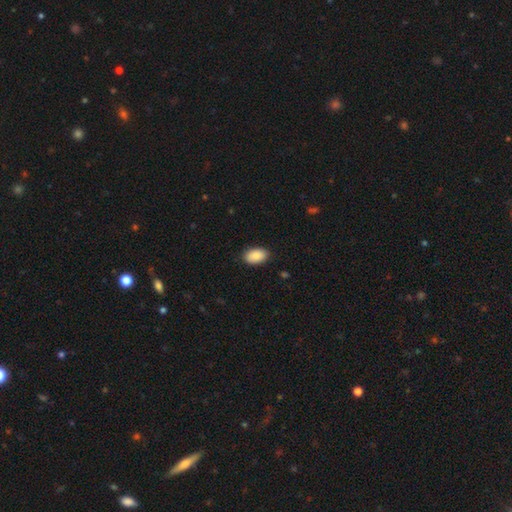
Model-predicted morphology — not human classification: type=smooth (90%); roundness=in between (93%); merging=none (87%).